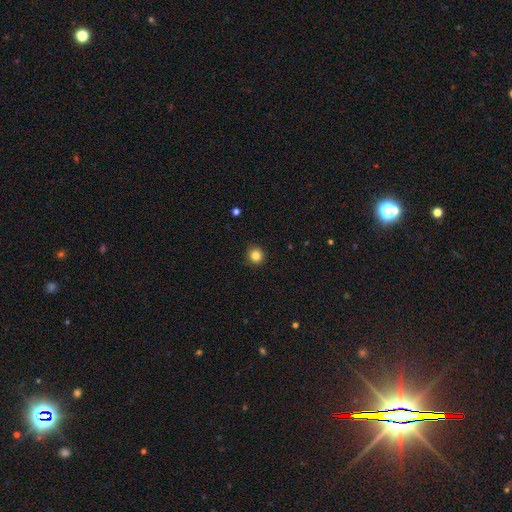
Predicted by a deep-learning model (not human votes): This appears to be a smooth galaxy with no disk features (84%) that is round (93%). Merging: none (92%).